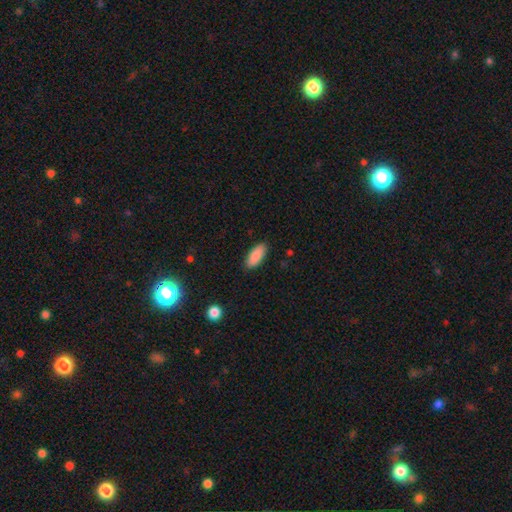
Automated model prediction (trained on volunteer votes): A smooth galaxy with no disk features (89%) that is in between round and cigar-shaped (85%). Merging: none (87%).